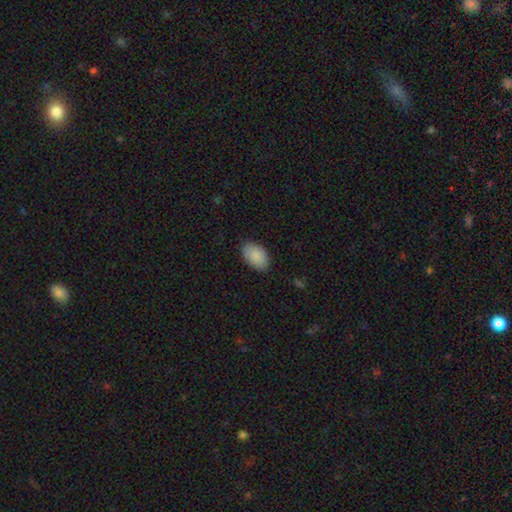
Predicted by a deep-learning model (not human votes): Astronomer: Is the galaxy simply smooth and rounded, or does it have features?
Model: smooth — 89%.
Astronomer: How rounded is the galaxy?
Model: in between — 92%.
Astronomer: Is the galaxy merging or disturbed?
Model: none — 83%.